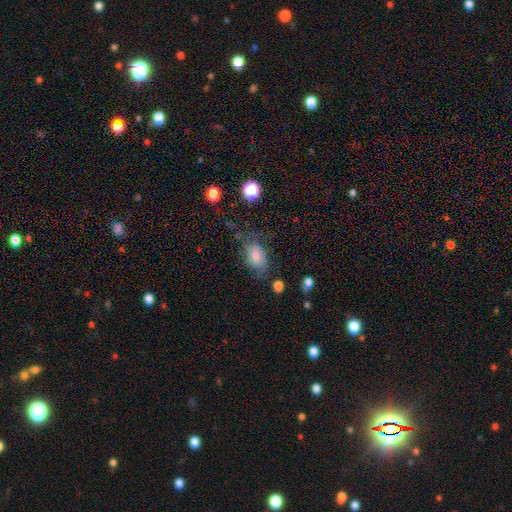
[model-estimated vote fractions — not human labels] smooth 66%, featured or disk 23%, star or artifact 10%. Down the decision tree: how rounded — in between (85%); merging — none (50%).